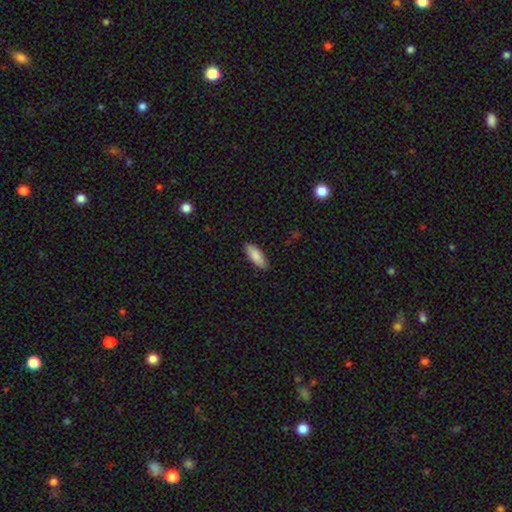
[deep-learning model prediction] This is clearly a smooth galaxy (87%). How rounded: likely in between (75%). Merging: clearly none (88%).